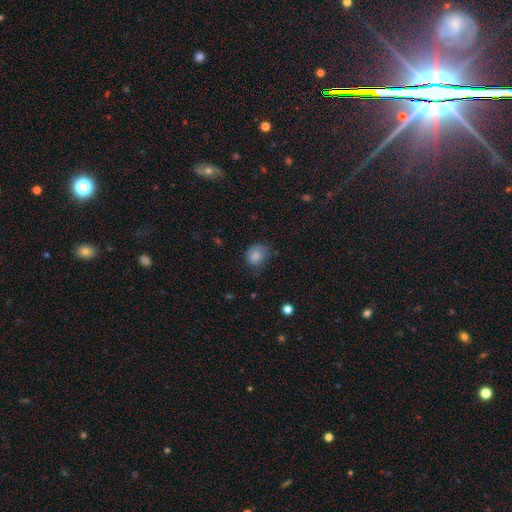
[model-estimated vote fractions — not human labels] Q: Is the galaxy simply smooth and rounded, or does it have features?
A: smooth — 83%.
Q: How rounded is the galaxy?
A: round — 59%.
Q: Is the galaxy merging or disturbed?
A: none — 56%.